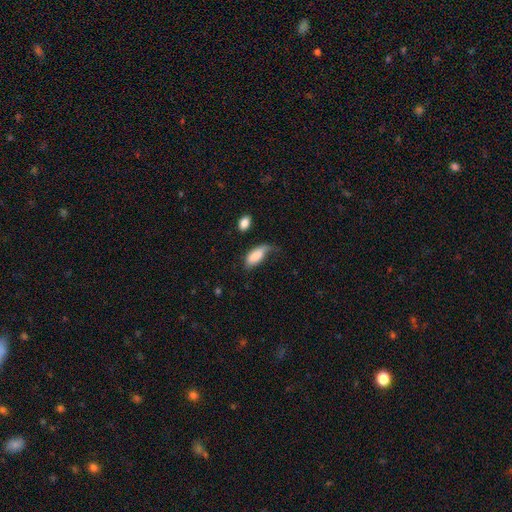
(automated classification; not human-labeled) smooth_or_featured: smooth (p=0.81) [alt: featured or disk p=0.12]
how_rounded: in between (p=0.90) [alt: cigar-shaped p=0.07]
merging: minor disturbance (p=0.34) [alt: major disturbance p=0.32]